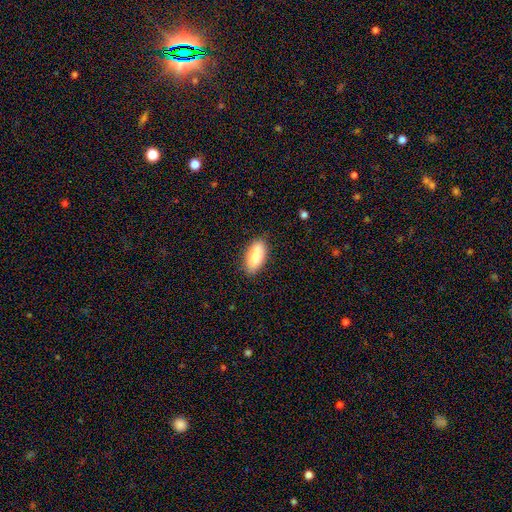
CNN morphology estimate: smooth-or-featured: smooth: 85% | featured or disk: 9% | star or artifact: 6%
  how-rounded: in between: 87% | cigar-shaped: 11% | round: 2%
  merging: none: 87% | minor disturbance: 10% | major disturbance: 2% | merger: 1%